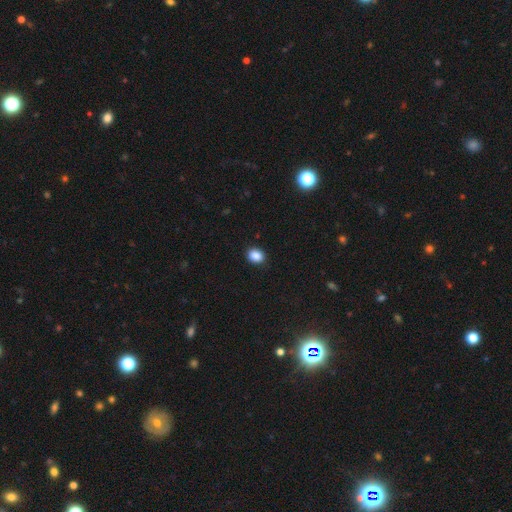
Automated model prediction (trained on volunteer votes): Smooth or featured? Predicted: smooth (p=0.88). How rounded? Predicted: in between (p=0.56). Merging? Predicted: none (p=0.89).